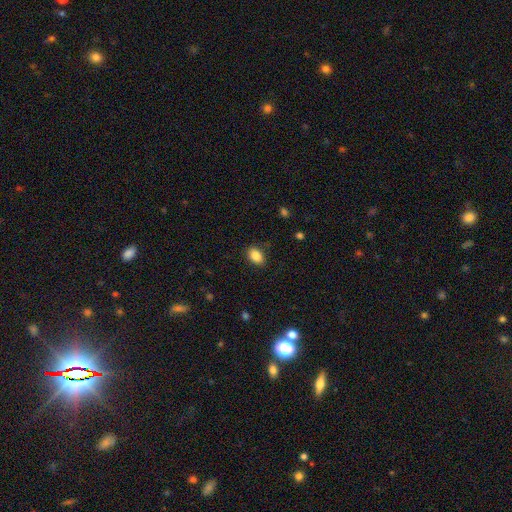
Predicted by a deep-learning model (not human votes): smooth_or_featured: smooth (p=0.88) [alt: star or artifact p=0.08]
how_rounded: in between (p=0.82) [alt: round p=0.16]
merging: none (p=0.86) [alt: minor disturbance p=0.10]